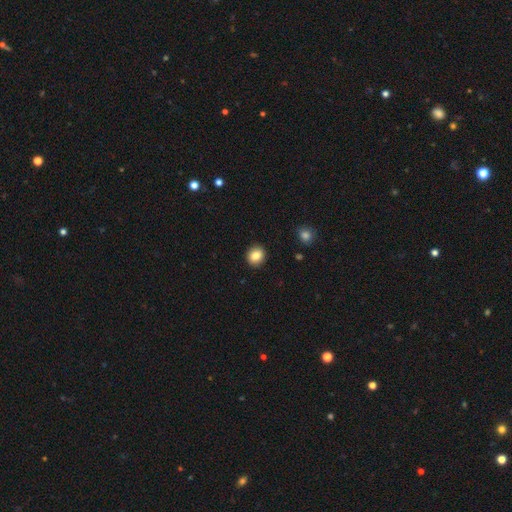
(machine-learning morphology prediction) A smooth galaxy with no disk features (85%) that is round (80%). Merging: none (92%).